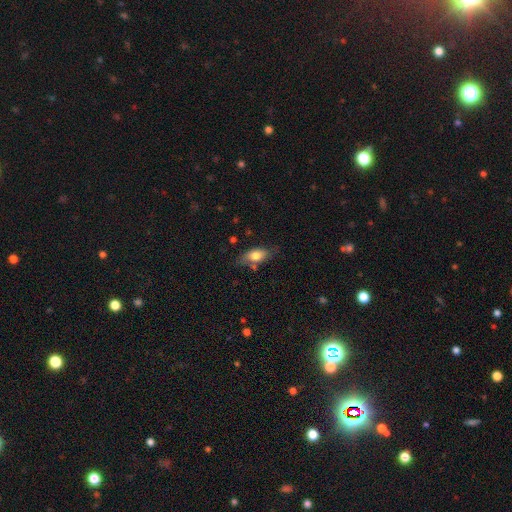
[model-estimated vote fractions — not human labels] Smooth or featured? smooth (74%)
How rounded? in between (85%)
Merging? none (66%)